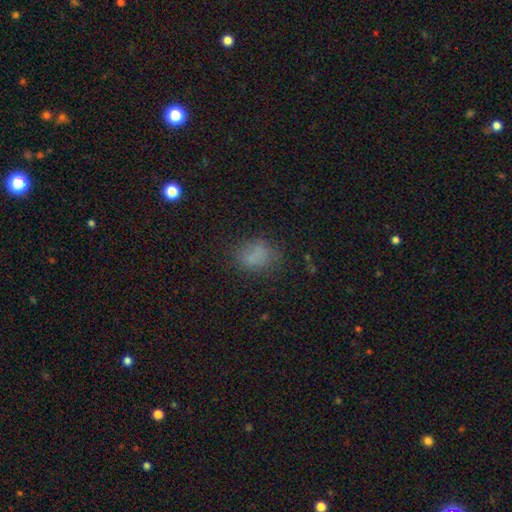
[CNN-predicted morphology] smooth-or-featured: smooth: 74% | star or artifact: 15% | featured or disk: 10%
  how-rounded: in between: 61% | round: 37% | cigar-shaped: 2%
  merging: none: 67% | minor disturbance: 20% | major disturbance: 9% | merger: 3%